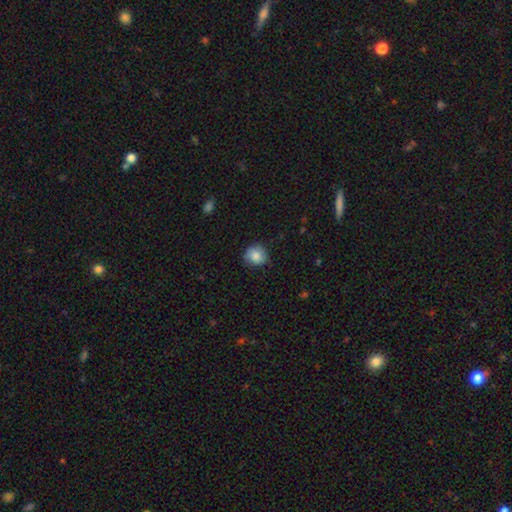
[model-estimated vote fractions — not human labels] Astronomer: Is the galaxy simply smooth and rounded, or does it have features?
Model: smooth — 83%.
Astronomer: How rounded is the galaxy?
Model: round — 84%.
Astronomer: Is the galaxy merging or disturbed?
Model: none — 75%.